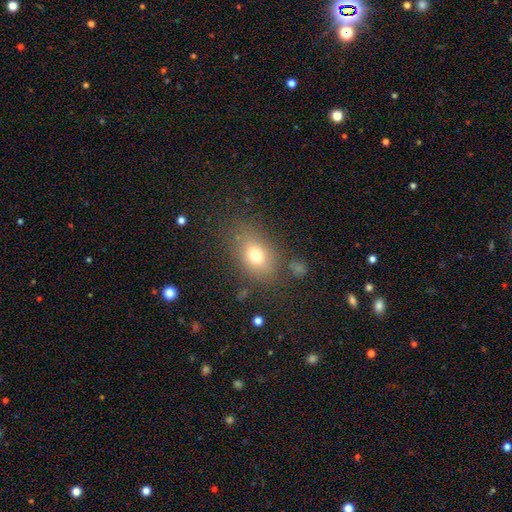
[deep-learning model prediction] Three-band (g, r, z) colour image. It shows a smooth galaxy with no disk features (73%) that is in between round and cigar-shaped (73%). Merging: none (73%).